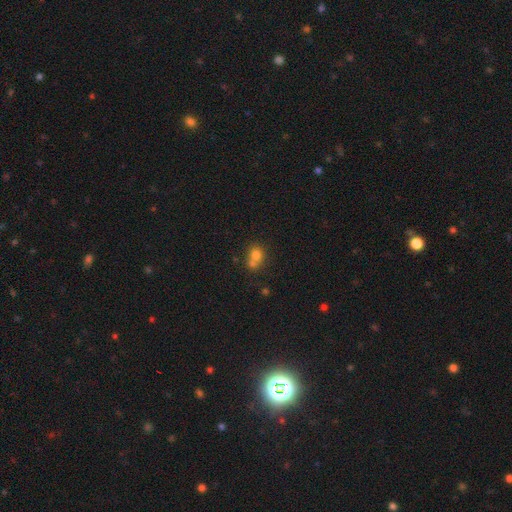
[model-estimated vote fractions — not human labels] The model was most divided on "merging": merger: 53%, none: 34%, minor disturbance: 9%, major disturbance: 4%. More confident: smooth or featured — smooth (74%); how rounded — round (68%).